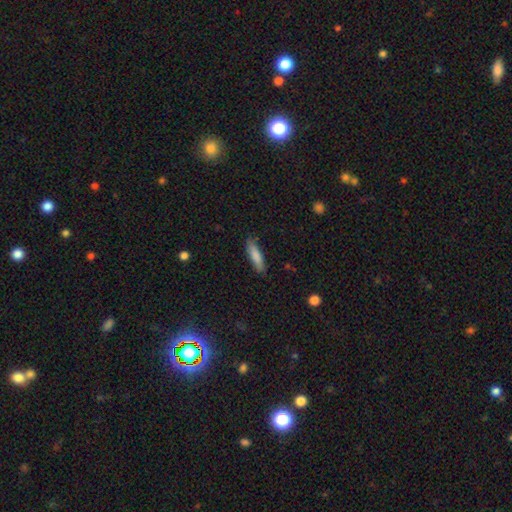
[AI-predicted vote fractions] smooth 83%, featured or disk 11%, star or artifact 6%. Down the decision tree: how rounded — cigar-shaped (68%); merging — none (84%).